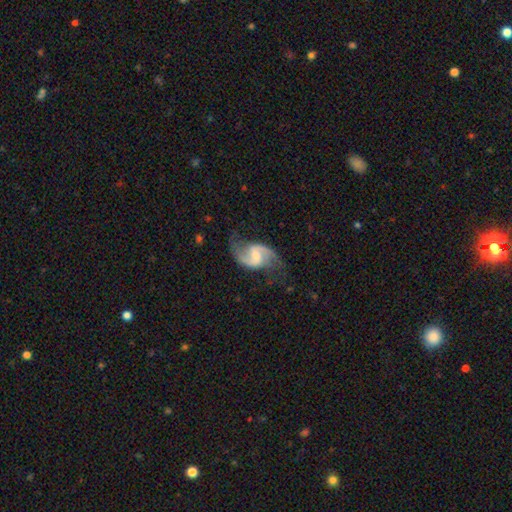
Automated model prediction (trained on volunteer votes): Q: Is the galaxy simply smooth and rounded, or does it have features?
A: featured or disk — 89%.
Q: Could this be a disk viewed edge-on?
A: no — 98%.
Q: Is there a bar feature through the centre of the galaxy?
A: weak — 56%.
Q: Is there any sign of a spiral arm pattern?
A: yes — 97%.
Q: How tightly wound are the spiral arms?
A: loose — 53%.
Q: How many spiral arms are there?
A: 2 — 93%.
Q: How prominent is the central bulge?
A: small — 47%.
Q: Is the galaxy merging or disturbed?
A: none — 72%.